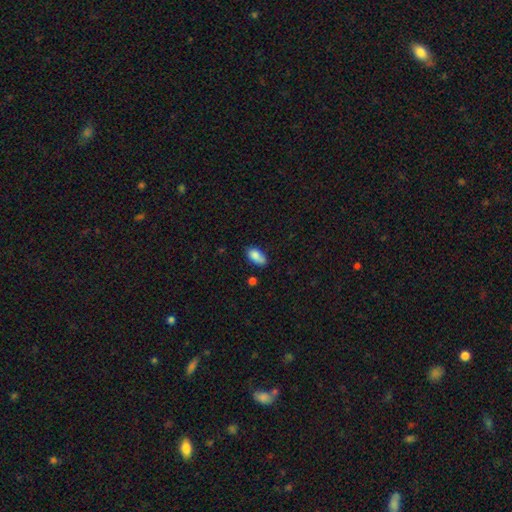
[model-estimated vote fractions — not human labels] Smooth or featured? Predicted: smooth (p=0.83). How rounded? Predicted: in between (p=0.90). Merging? Predicted: none (p=0.57).